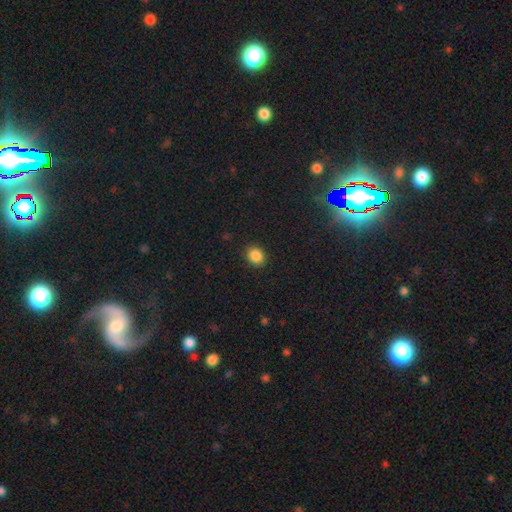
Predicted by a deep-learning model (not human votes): Overall: smooth (87%). How rounded: round (63%; in between 36%). Merging: none (90%).